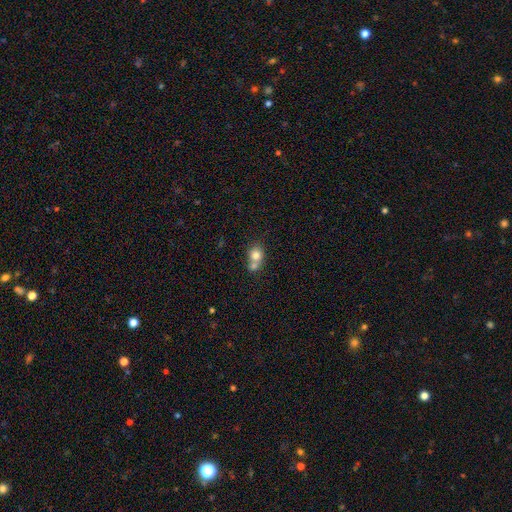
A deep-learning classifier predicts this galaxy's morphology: This appears to be a smooth galaxy with no disk features (76%) that is round (67%). Merging: merger (58%).